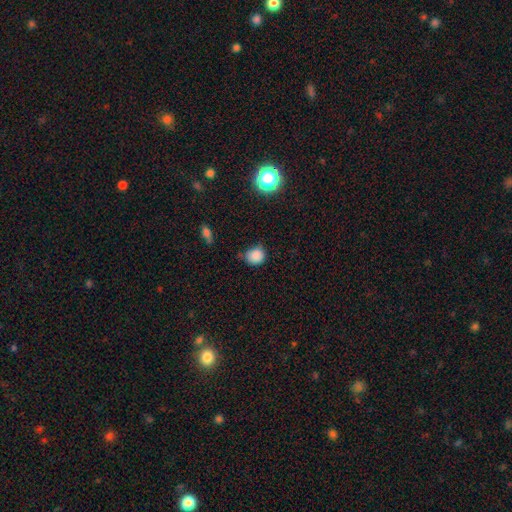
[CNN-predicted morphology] Smooth or featured?
  - smooth: 83% *
  - star or artifact: 12%
  - featured or disk: 5%
How rounded?
  - round: 77% *
  - in between: 22%
  - cigar-shaped: 1%
Merging?
  - none: 55% *
  - minor disturbance: 33%
  - major disturbance: 7%
  - merger: 5%